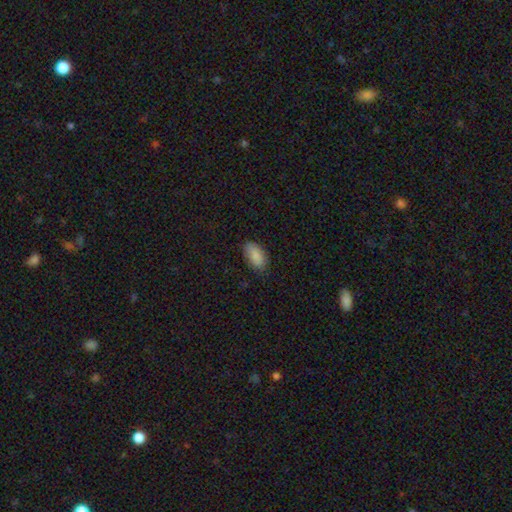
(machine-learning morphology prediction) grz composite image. It shows a smooth galaxy with no disk features (86%) that is in between round and cigar-shaped (93%). Merging: none (81%).